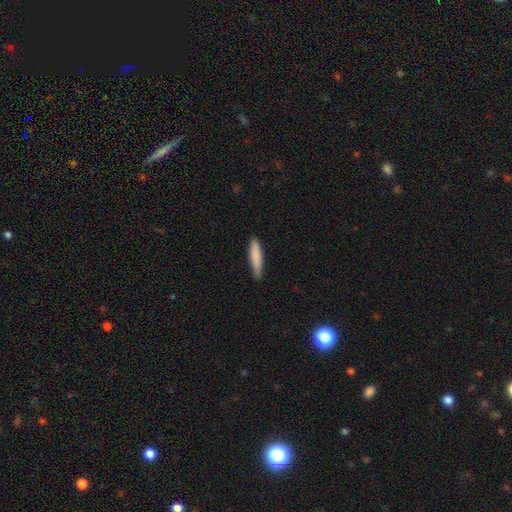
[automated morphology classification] This is clearly a smooth galaxy (84%). How rounded: clearly cigar-shaped (84%). Merging: clearly none (81%).